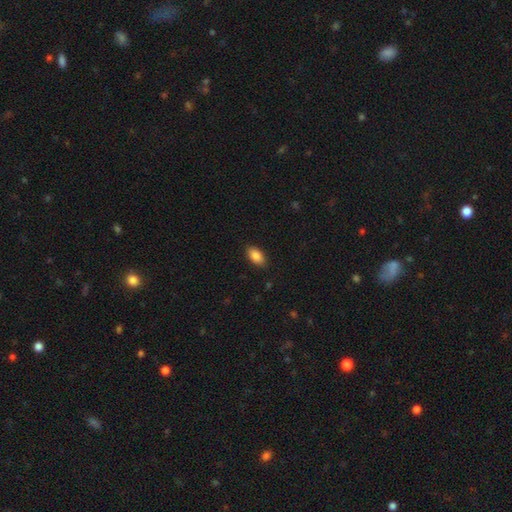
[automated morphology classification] The model was most divided on "merging": none: 88%, minor disturbance: 9%, major disturbance: 2%, merger: 1%. More confident: how rounded — in between (92%); smooth or featured — smooth (87%).